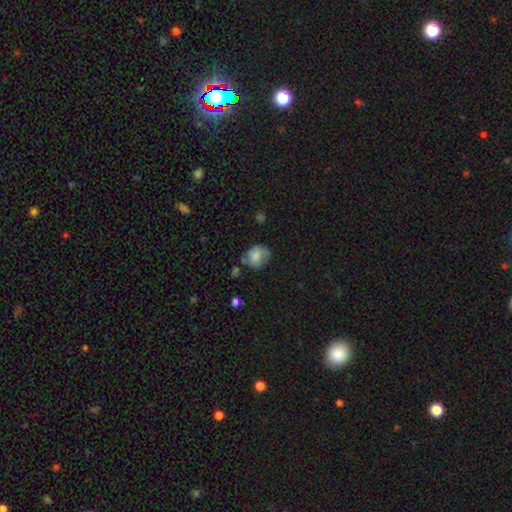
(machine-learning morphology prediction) A smooth galaxy with no disk features (69%) that is round (52%).

Vote fractions:
- Smooth or featured? smooth: 69% / featured or disk: 22% / star or artifact: 9%
- How rounded? round: 52% / in between: 46% / cigar-shaped: 1%
- Merging? none: 48% / minor disturbance: 31% / major disturbance: 14% / merger: 6%